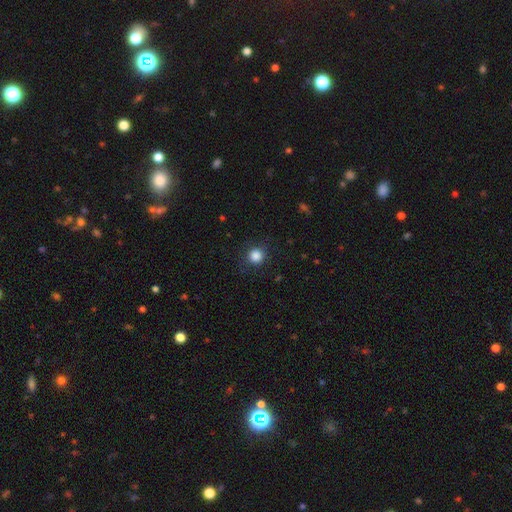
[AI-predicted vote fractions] Smooth or featured? Predicted: smooth (p=0.85). How rounded? Predicted: round (p=0.93). Merging? Predicted: none (p=0.88).